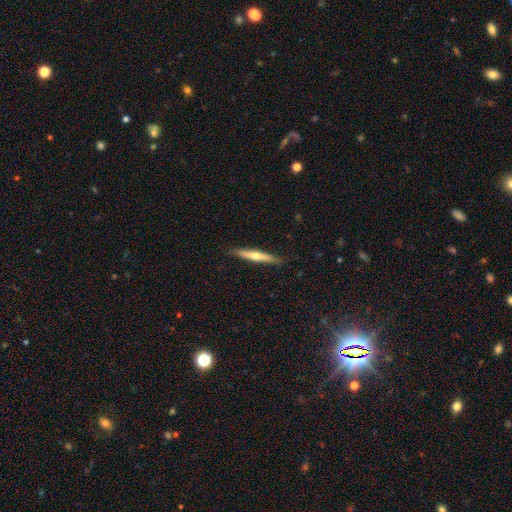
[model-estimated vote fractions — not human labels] Q: Smooth or featured?
A: featured or disk (54%); runner-up: smooth (41%)
Q: Edge-on disk?
A: yes (96%); runner-up: no (4%)
Q: Edge-on bulge?
A: rounded (80%); runner-up: none (16%)
Q: Merging?
A: none (88%); runner-up: minor disturbance (9%)